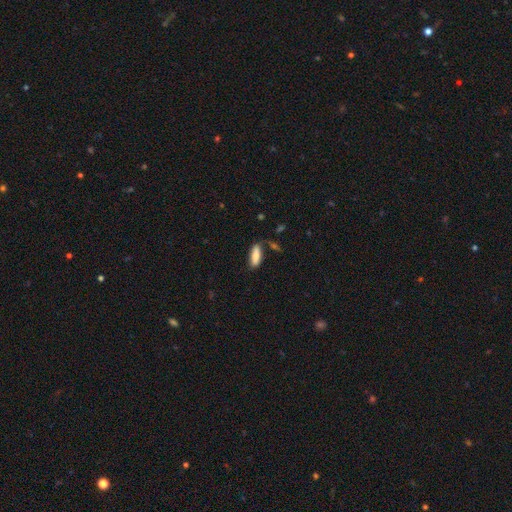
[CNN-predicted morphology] smooth-or-featured: smooth: 77% | featured or disk: 16% | star or artifact: 7%
  how-rounded: in between: 61% | cigar-shaped: 37% | round: 2%
  merging: none: 71% | minor disturbance: 18% | merger: 6% | major disturbance: 4%